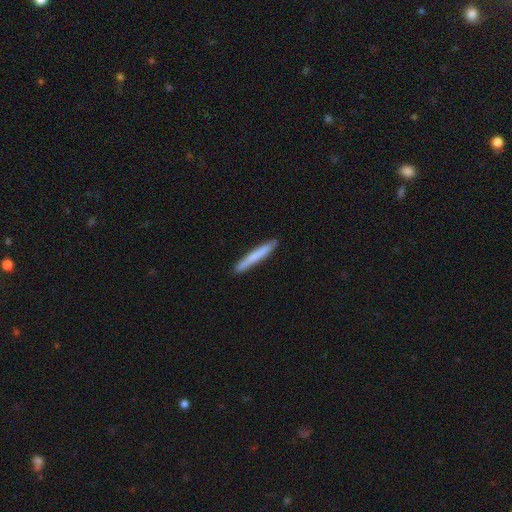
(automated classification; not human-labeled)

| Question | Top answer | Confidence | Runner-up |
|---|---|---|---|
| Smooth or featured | smooth | 71% | featured or disk (23%) |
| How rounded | cigar-shaped | 96% | in between (2%) |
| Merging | none | 91% | minor disturbance (7%) |